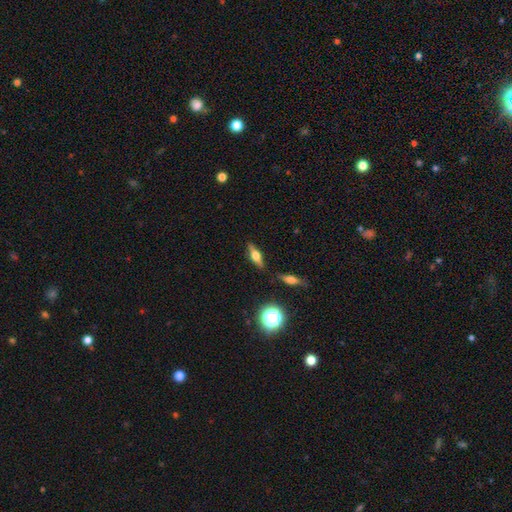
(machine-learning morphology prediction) Smooth or featured?
  - featured or disk: 56% *
  - smooth: 34%
  - star or artifact: 10%
Edge-on disk?
  - yes: 93% *
  - no: 7%
Edge-on bulge?
  - rounded: 93% *
  - boxy: 5%
  - none: 2%
Merging?
  - none: 83% *
  - minor disturbance: 11%
  - merger: 3%
  - major disturbance: 3%